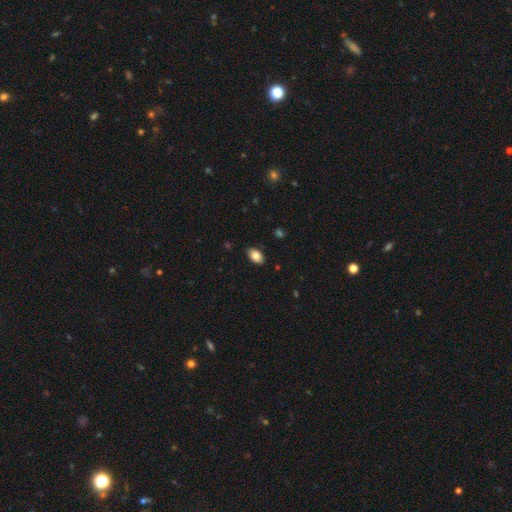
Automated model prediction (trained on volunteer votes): The model was most divided on "smooth or featured": smooth: 84%, featured or disk: 8%, star or artifact: 8%. More confident: how rounded — in between (91%); merging — none (87%).